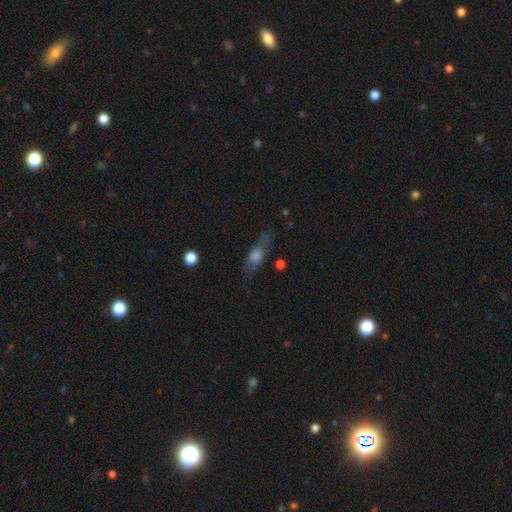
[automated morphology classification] This appears to be a smooth galaxy with no disk features (47%). Merging: none (73%).